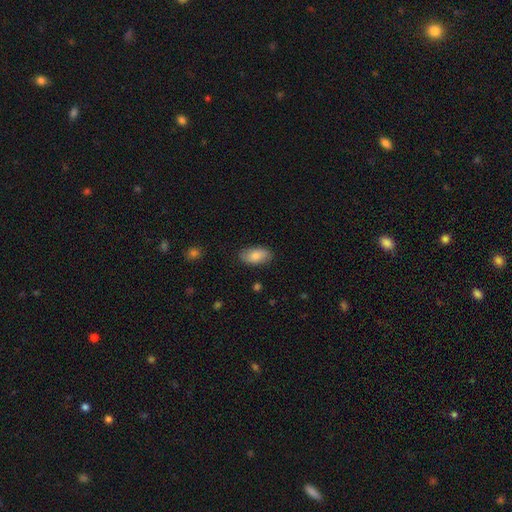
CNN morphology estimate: Overall: smooth (82%). How rounded: in between (94%). Merging: none (84%).